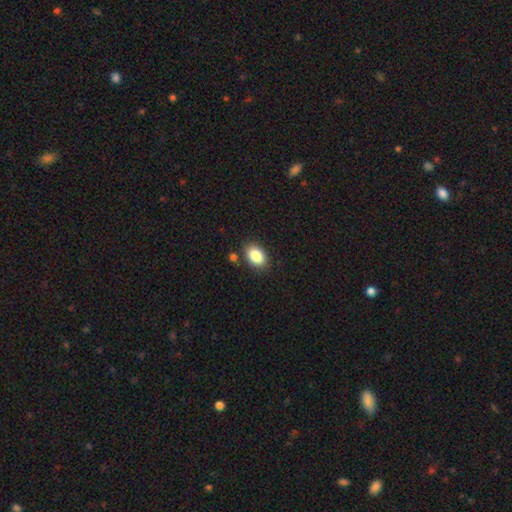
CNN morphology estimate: smooth_or_featured: smooth (p=0.86) [alt: star or artifact p=0.08]
how_rounded: in between (p=0.85) [alt: round p=0.14]
merging: none (p=0.83) [alt: minor disturbance p=0.10]